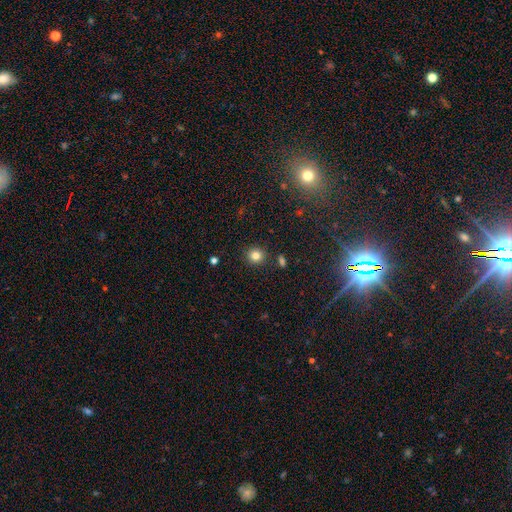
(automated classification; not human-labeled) This is clearly a smooth galaxy (82%). How rounded: clearly round (89%). Merging: clearly none (89%).